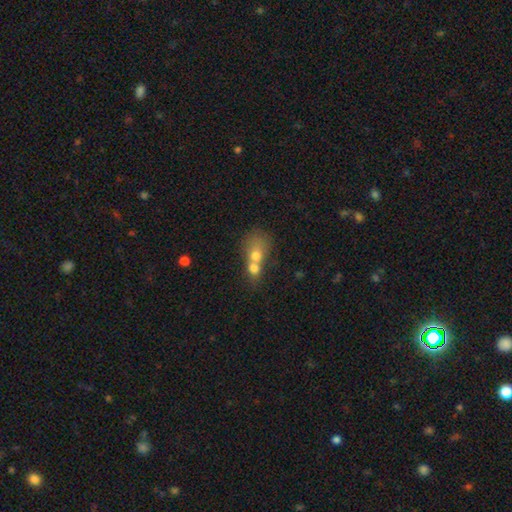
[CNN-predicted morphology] The model was most divided on "how rounded": round: 50%, in between: 46%, cigar-shaped: 3%. More confident: merging — merger (73%); smooth or featured — smooth (65%).